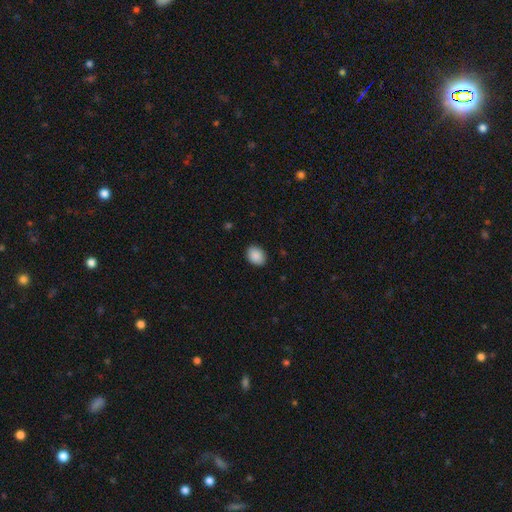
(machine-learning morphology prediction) A smooth galaxy with no disk features (89%) that is in between round and cigar-shaped (66%).

Vote fractions:
- Smooth or featured? smooth: 89% / star or artifact: 7% / featured or disk: 3%
- How rounded? in between: 66% / round: 33% / cigar-shaped: 1%
- Merging? none: 89% / minor disturbance: 8% / major disturbance: 2% / merger: 1%